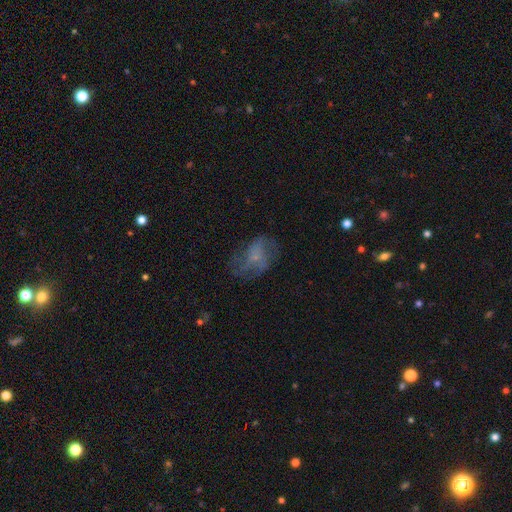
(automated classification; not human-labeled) featured or disk 55%, smooth 32%, star or artifact 12%. Down the decision tree: edge-on disk — no (97%); bar — no (75%); spiral arms — yes (70%); bulge size — small (64%); merging — none (51%).